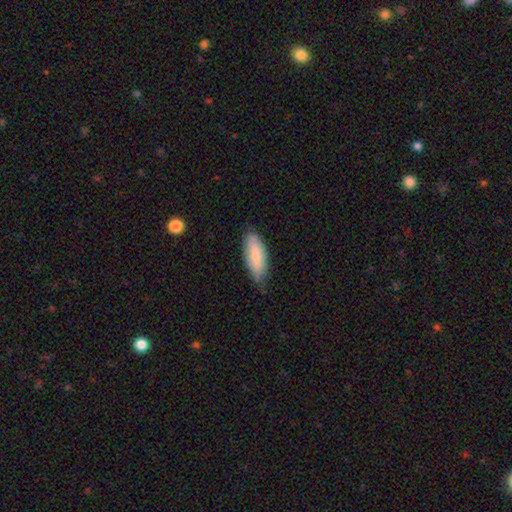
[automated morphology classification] This is likely a smooth galaxy (79%). How rounded: likely in between (68%). Merging: likely none (71%).